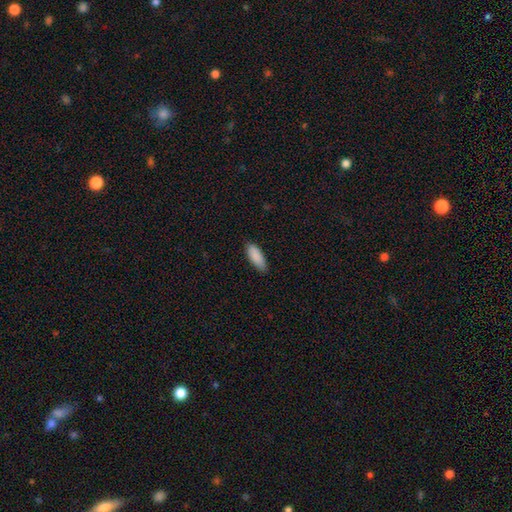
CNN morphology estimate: smooth 90%, star or artifact 6%, featured or disk 4%. Down the decision tree: how rounded — in between (73%); merging — none (82%).